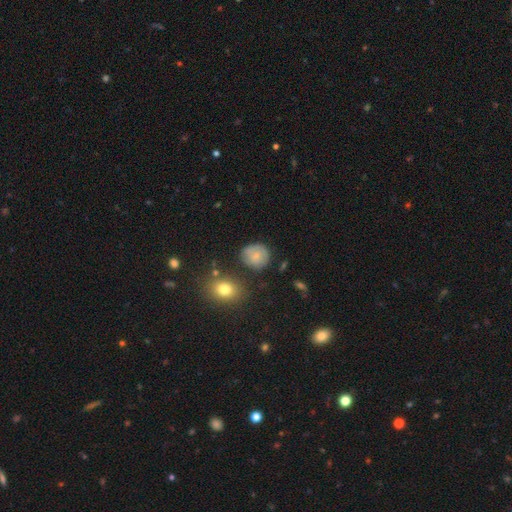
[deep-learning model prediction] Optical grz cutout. It shows a smooth galaxy with no disk features (72%) that is round (83%). Merging: none (70%).